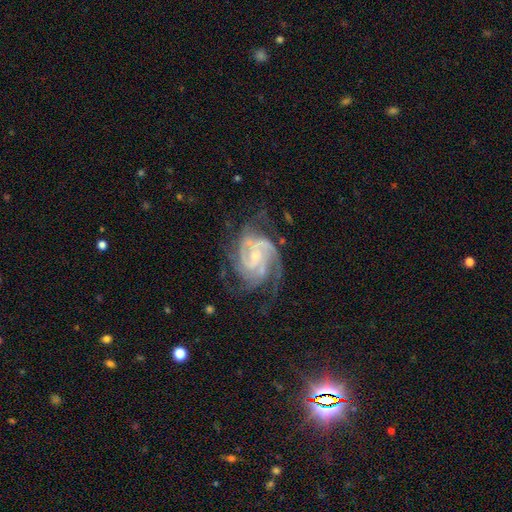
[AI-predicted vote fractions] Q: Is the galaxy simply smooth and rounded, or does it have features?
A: featured or disk — 92%.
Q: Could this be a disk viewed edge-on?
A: no — 98%.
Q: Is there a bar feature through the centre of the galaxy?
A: no — 48%.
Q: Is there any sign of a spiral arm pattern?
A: yes — 98%.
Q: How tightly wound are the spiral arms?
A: tight — 53%.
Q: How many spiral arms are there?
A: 3 — 35%.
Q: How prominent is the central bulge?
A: small — 71%.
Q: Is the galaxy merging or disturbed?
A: none — 64%.